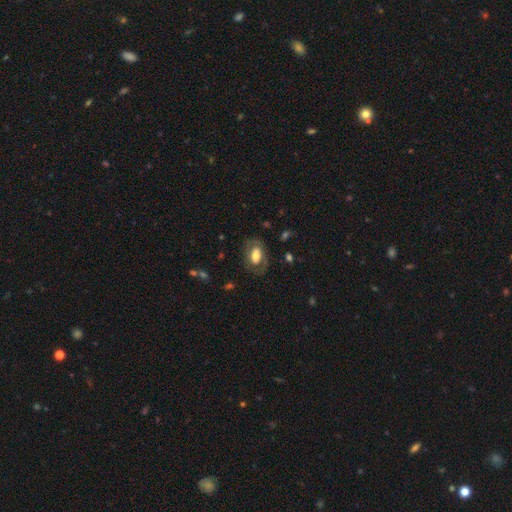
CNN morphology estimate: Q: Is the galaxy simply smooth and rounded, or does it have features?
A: smooth — 53%.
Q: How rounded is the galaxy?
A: in between — 86%.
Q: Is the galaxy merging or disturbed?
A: none — 71%.